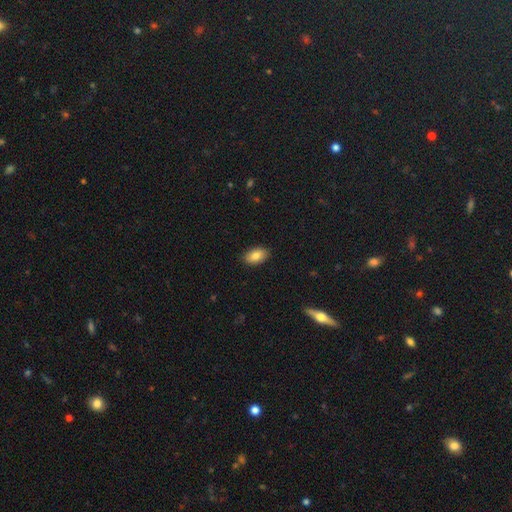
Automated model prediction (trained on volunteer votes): Q: Smooth or featured?
A: smooth (83%); runner-up: featured or disk (9%)
Q: How rounded?
A: in between (92%); runner-up: round (6%)
Q: Merging?
A: none (89%); runner-up: minor disturbance (8%)